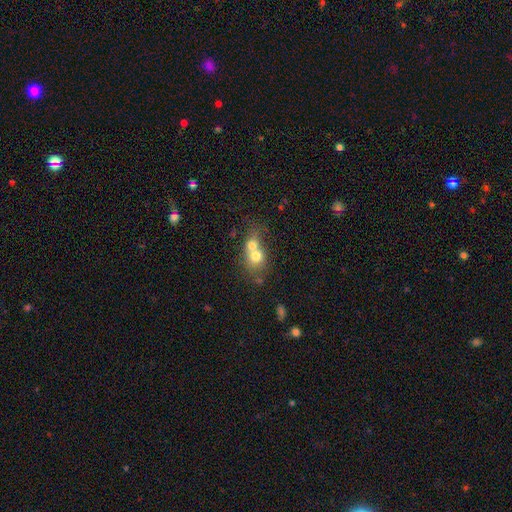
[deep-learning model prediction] A smooth galaxy with no disk features (68%) that is round (65%). Merging: merger (71%).